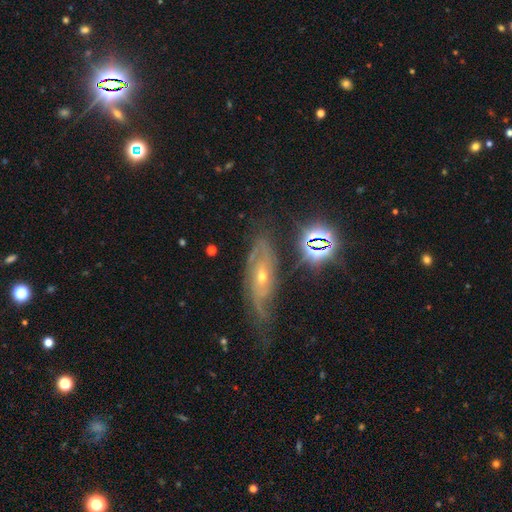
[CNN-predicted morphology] Smooth or featured?
  - featured or disk: 66% *
  - smooth: 18%
  - star or artifact: 16%
Edge-on disk?
  - no: 66% *
  - yes: 34%
Merging?
  - none: 62% *
  - minor disturbance: 23%
  - major disturbance: 10%
  - merger: 4%